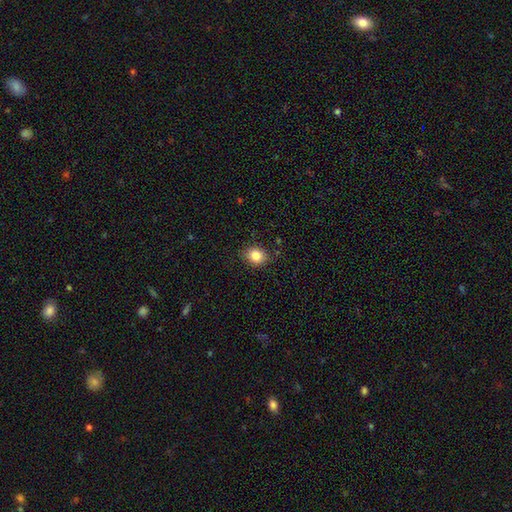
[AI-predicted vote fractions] smooth-or-featured: smooth: 84% | star or artifact: 10% | featured or disk: 6%
  how-rounded: round: 57% | in between: 42% | cigar-shaped: 1%
  merging: none: 84% | minor disturbance: 12% | major disturbance: 3% | merger: 1%